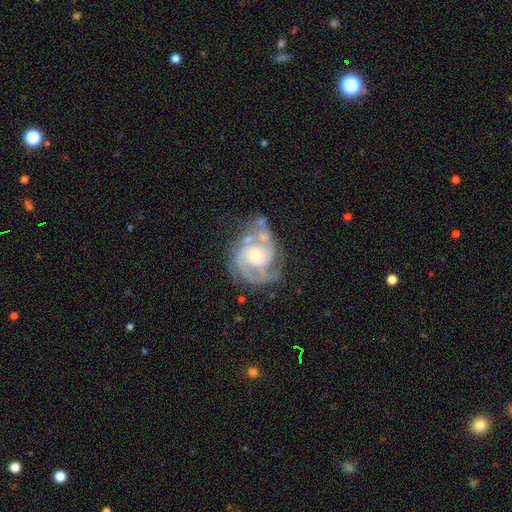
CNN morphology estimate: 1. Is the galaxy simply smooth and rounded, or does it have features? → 89% featured or disk, 6% smooth, 5% star or artifact.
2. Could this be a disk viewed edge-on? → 98% no, 2% yes.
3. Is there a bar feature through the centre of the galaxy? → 69% no, 25% weak, 6% strong.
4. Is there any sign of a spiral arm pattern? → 97% yes, 3% no.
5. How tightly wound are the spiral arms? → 48% tight, 43% medium, 9% loose.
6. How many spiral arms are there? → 61% 2, 19% 3, 10% can't tell, 4% 1, 3% 4, 3% more than 4.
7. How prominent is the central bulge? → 50% moderate, 45% small, 3% large, 1% none, 1% dominant.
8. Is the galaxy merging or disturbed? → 55% none, 22% minor disturbance, 14% major disturbance, 9% merger.